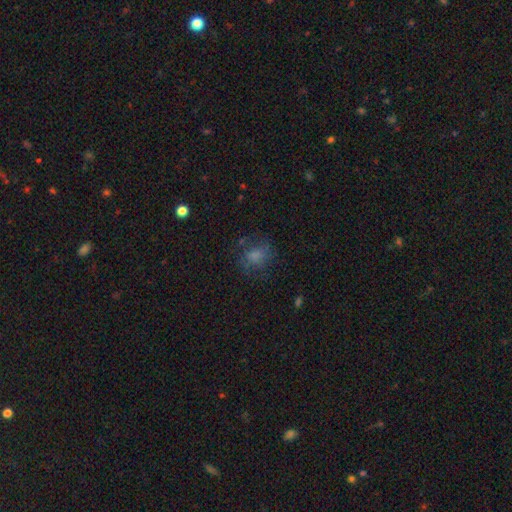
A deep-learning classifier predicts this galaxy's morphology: This appears to be a smooth galaxy with no disk features (65%) that is round (53%). Merging: none (62%).